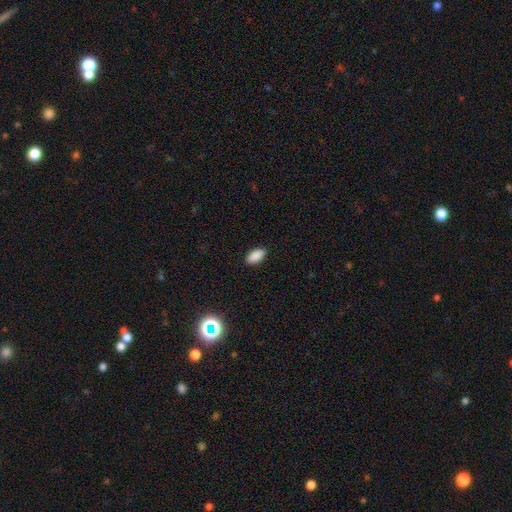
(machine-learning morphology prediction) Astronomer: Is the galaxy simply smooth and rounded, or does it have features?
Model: smooth — 89%.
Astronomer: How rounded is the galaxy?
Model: in between — 92%.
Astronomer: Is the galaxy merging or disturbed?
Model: none — 89%.